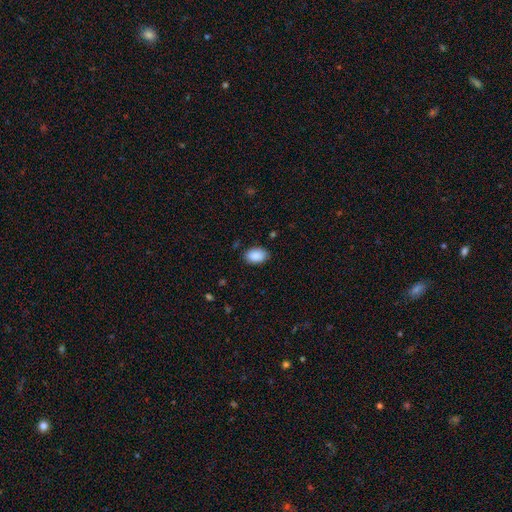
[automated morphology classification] Smooth or featured?
  - smooth: 90% *
  - star or artifact: 7%
  - featured or disk: 3%
How rounded?
  - in between: 90% *
  - round: 9%
  - cigar-shaped: 1%
Merging?
  - none: 85% *
  - minor disturbance: 12%
  - major disturbance: 2%
  - merger: 1%